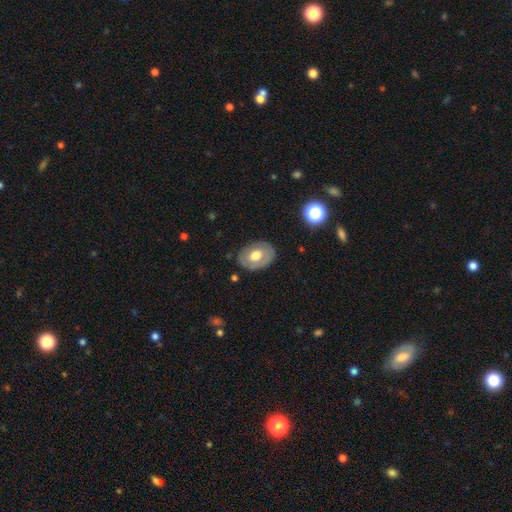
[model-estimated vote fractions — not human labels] A smooth galaxy with no disk features (58%) that is in between round and cigar-shaped (74%).

Vote fractions:
- Smooth or featured? smooth: 58% / featured or disk: 35% / star or artifact: 7%
- How rounded? in between: 74% / round: 25% / cigar-shaped: 1%
- Merging? none: 81% / minor disturbance: 14% / major disturbance: 4% / merger: 1%